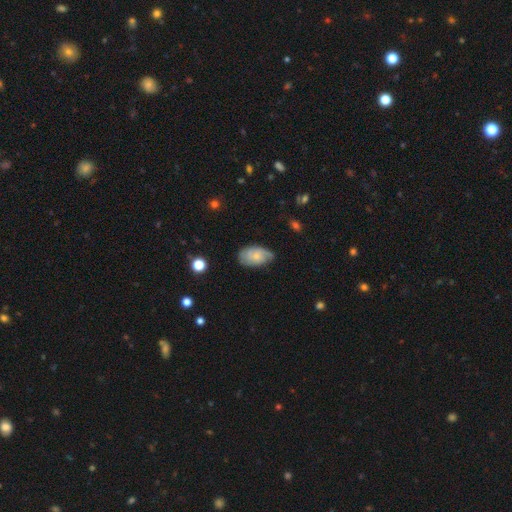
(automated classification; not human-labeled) A featured or disk galaxy (56%) with no bar (74%), spiral arms (86%) and a small central bulge (63%). Merging: none (66%).